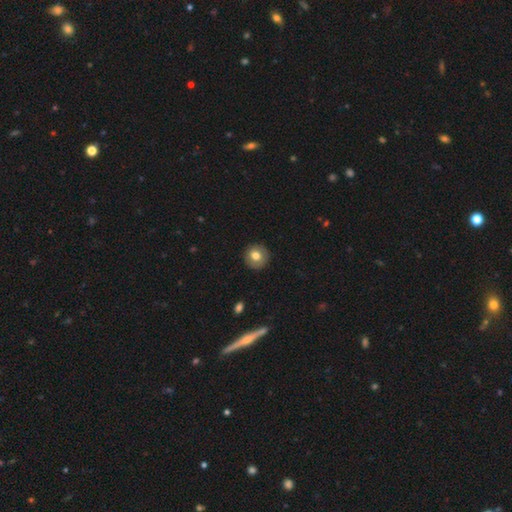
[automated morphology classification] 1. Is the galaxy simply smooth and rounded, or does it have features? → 77% smooth, 15% featured or disk, 9% star or artifact.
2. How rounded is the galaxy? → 93% round, 6% in between, 1% cigar-shaped.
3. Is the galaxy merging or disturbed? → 90% none, 7% minor disturbance, 2% major disturbance, 1% merger.